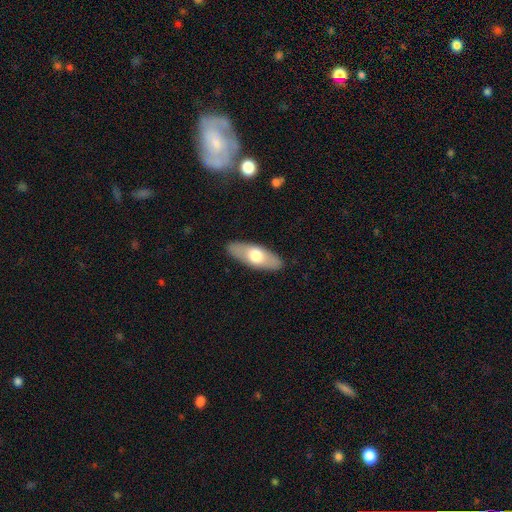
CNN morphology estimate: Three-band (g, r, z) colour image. It shows a smooth galaxy with no disk features (61%) that is in between round and cigar-shaped (70%). Merging: none (88%).